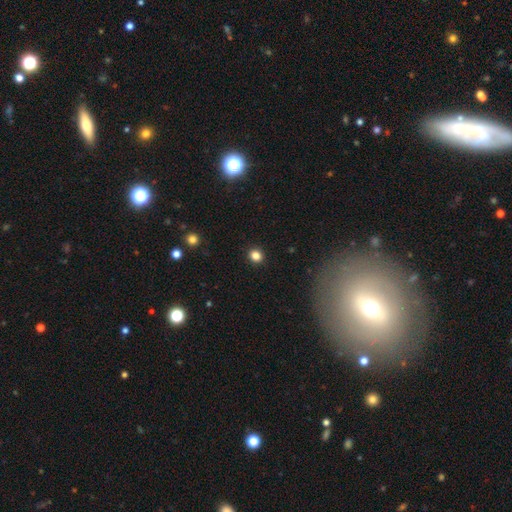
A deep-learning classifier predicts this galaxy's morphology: Smooth or featured: smooth — 83% (star or artifact — 13%)
How rounded: round — 88% (in between — 11%)
Merging: none — 92% (minor disturbance — 5%)